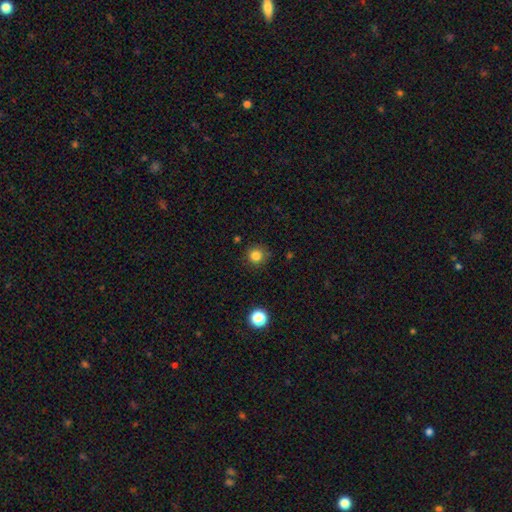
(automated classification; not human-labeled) Morphology: type=smooth (83%); roundness=round (94%); merging=none (85%).